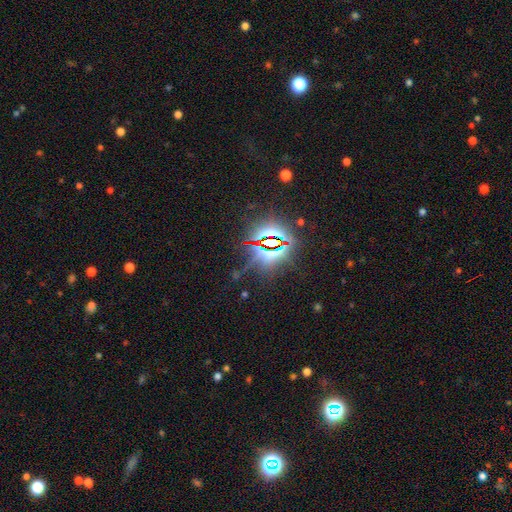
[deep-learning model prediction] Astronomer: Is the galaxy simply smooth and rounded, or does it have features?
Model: star or artifact — 85%.